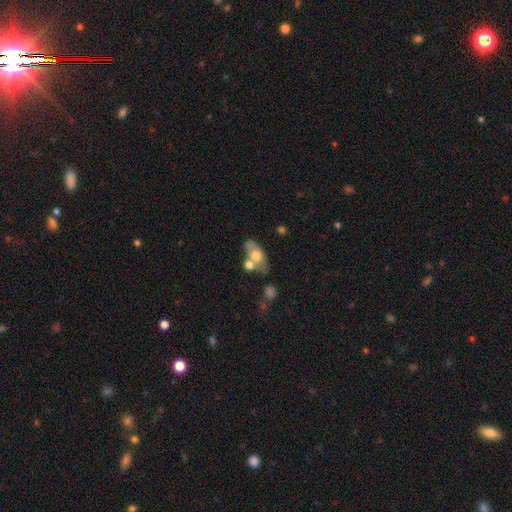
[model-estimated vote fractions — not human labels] Morphology: type=smooth (56%); roundness=in between (82%); merging=none (44%).